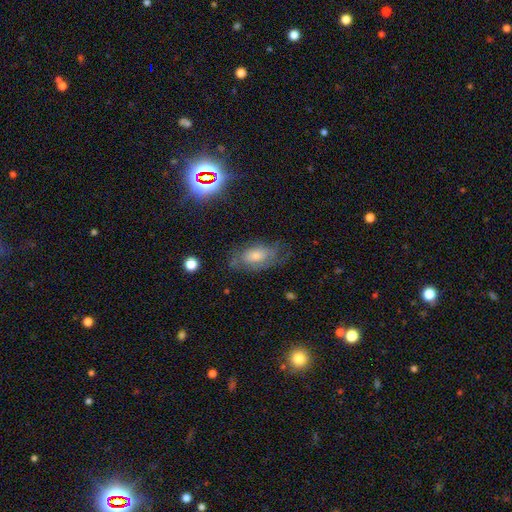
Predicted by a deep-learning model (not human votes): This appears to be a featured or disk galaxy (48%). Merging: none (62%).